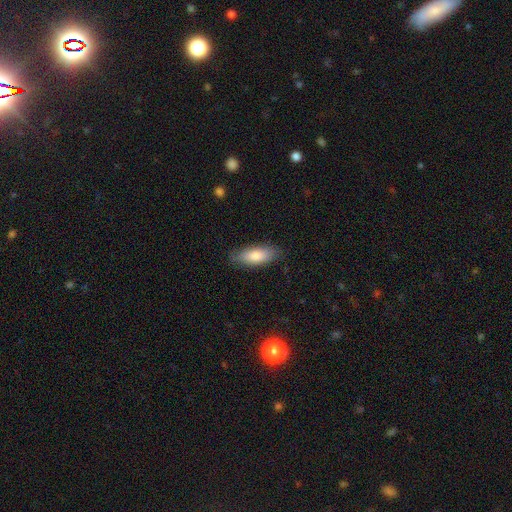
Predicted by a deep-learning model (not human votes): Smooth or featured? smooth (79%)
How rounded? in between (74%)
Merging? none (84%)